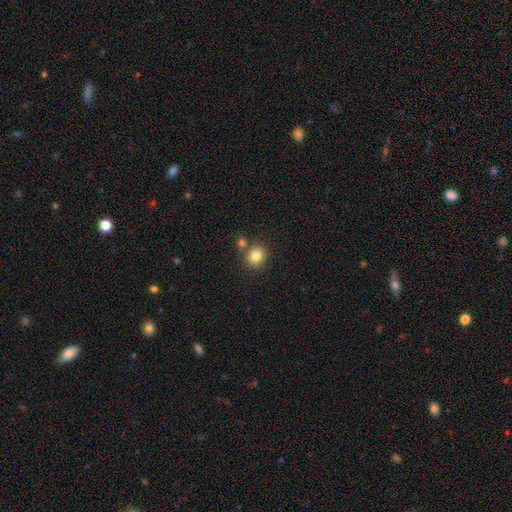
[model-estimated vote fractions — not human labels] This is clearly a smooth galaxy (82%). How rounded: likely round (79%). Merging: likely none (71%).